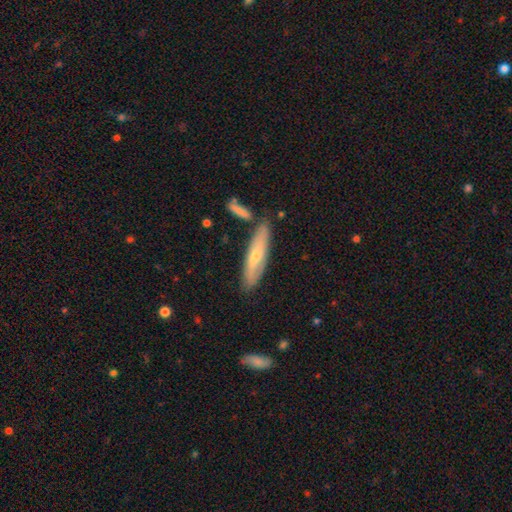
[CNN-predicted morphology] smooth 51%, featured or disk 43%, star or artifact 6%. Down the decision tree: how rounded — cigar-shaped (77%); merging — none (77%).